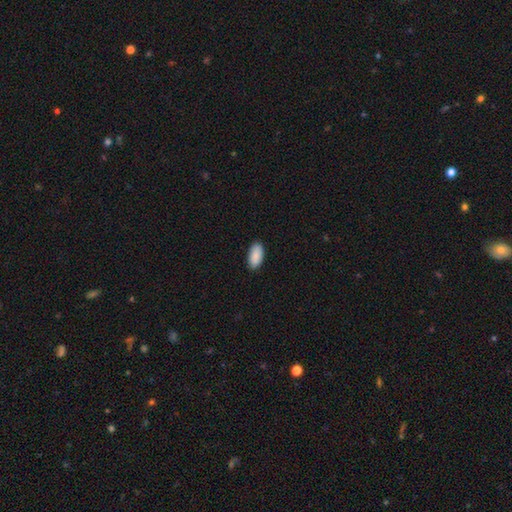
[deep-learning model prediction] A smooth galaxy with no disk features (91%) that is in between round and cigar-shaped (94%). Merging: none (88%).